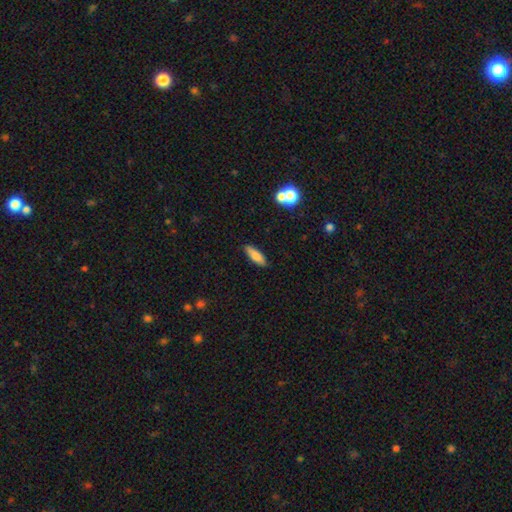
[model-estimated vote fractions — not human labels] Smooth or featured?
  - smooth: 80% *
  - featured or disk: 12%
  - star or artifact: 7%
How rounded?
  - in between: 56% *
  - cigar-shaped: 42%
  - round: 2%
Merging?
  - none: 87% *
  - minor disturbance: 9%
  - major disturbance: 2%
  - merger: 2%